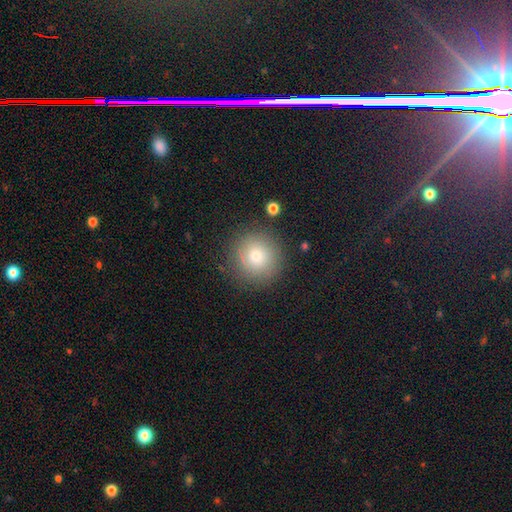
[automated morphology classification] Overall: smooth (76%). How rounded: round (94%). Merging: none (85%).